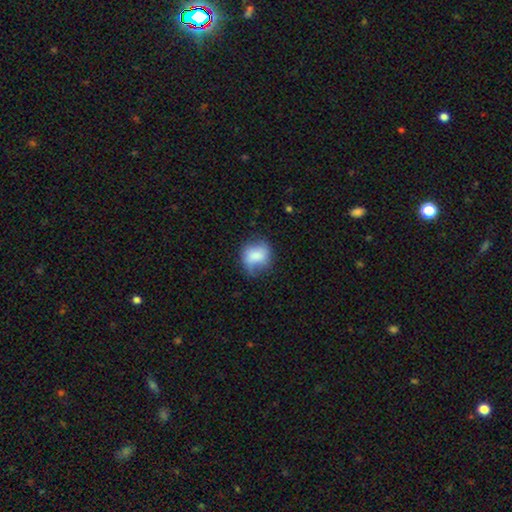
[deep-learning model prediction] This appears to be a smooth galaxy with no disk features (75%) that is round (65%). Merging: none (52%).